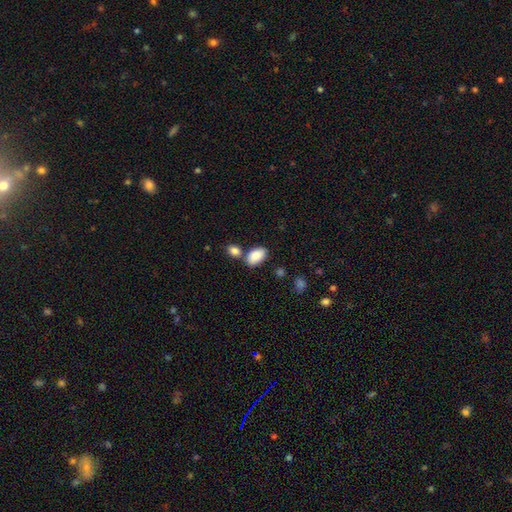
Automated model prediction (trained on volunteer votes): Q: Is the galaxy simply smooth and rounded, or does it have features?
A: smooth — 88%.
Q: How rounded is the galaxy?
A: in between — 93%.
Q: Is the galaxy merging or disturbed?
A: none — 64%.